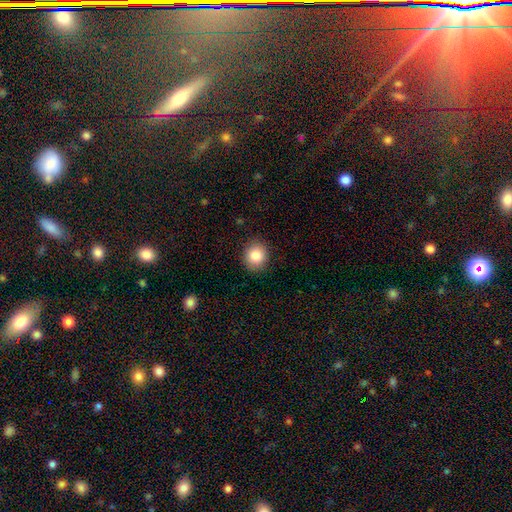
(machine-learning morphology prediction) Smooth or featured?
  - smooth: 84% *
  - star or artifact: 9%
  - featured or disk: 7%
How rounded?
  - round: 75% *
  - in between: 24%
  - cigar-shaped: 1%
Merging?
  - none: 90% *
  - minor disturbance: 7%
  - major disturbance: 2%
  - merger: 1%